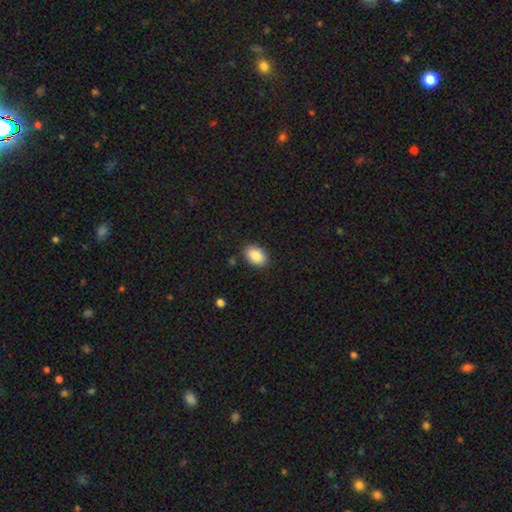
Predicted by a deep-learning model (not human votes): Q: Smooth or featured?
A: smooth (89%); runner-up: star or artifact (7%)
Q: How rounded?
A: in between (86%); runner-up: round (13%)
Q: Merging?
A: none (86%); runner-up: minor disturbance (10%)